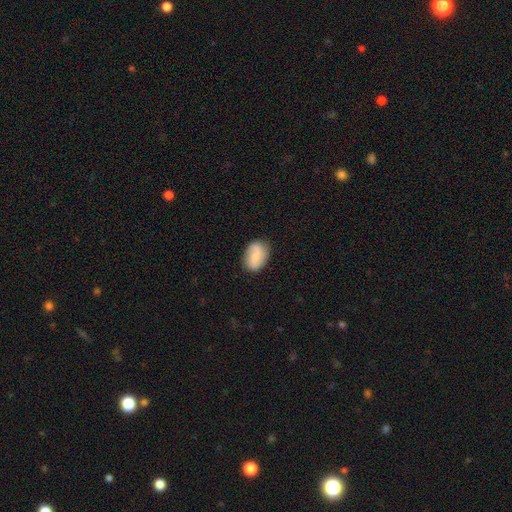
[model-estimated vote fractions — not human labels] smooth_or_featured: smooth (p=0.59) [alt: featured or disk p=0.34]
how_rounded: in between (p=0.84) [alt: round p=0.14]
merging: none (p=0.81) [alt: minor disturbance p=0.14]